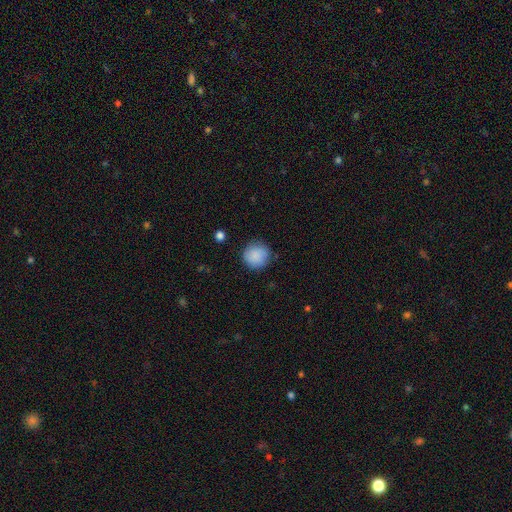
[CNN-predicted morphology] smooth_or_featured: smooth (p=0.87) [alt: star or artifact p=0.07]
how_rounded: round (p=0.92) [alt: in between p=0.07]
merging: none (p=0.83) [alt: minor disturbance p=0.13]